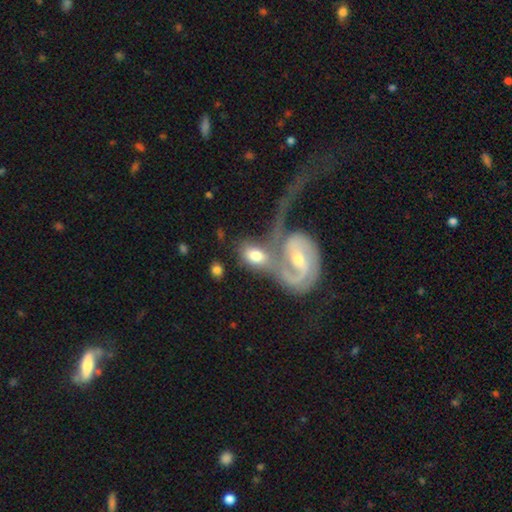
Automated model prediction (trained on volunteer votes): Morphology: type=featured or disk (52%); edge-on=no (95%); merging=merger (56%).